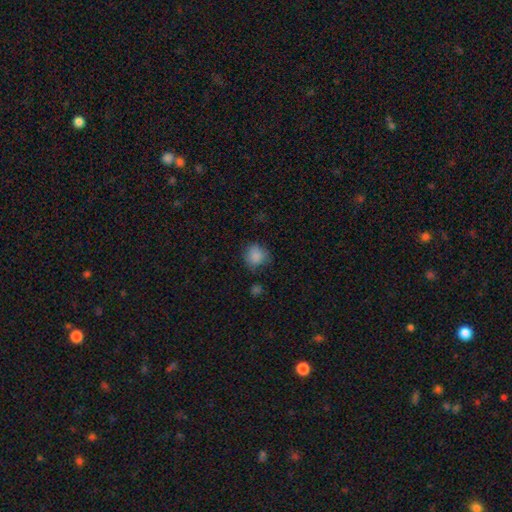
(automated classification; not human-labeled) Overall: smooth (85%). How rounded: round (81%). Merging: none (69%).